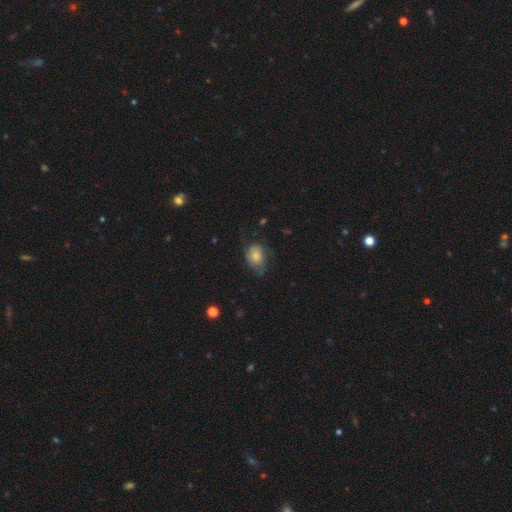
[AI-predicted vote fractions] Smooth or featured?
  - smooth: 69% *
  - featured or disk: 22%
  - star or artifact: 9%
How rounded?
  - in between: 70% *
  - round: 29%
  - cigar-shaped: 1%
Merging?
  - none: 47% *
  - minor disturbance: 33%
  - major disturbance: 18%
  - merger: 2%